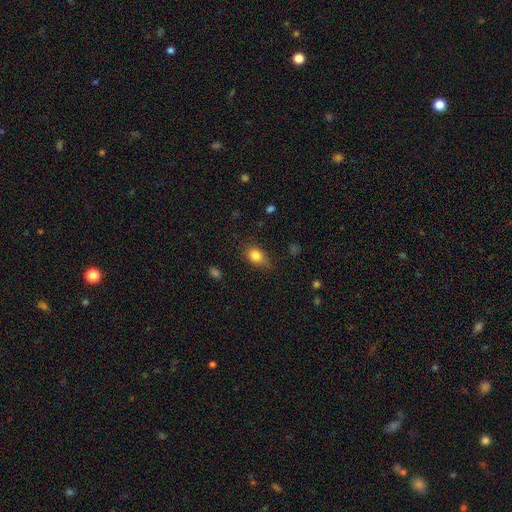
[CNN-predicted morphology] smooth 83%, star or artifact 10%, featured or disk 7%. Down the decision tree: how rounded — in between (71%); merging — none (73%).